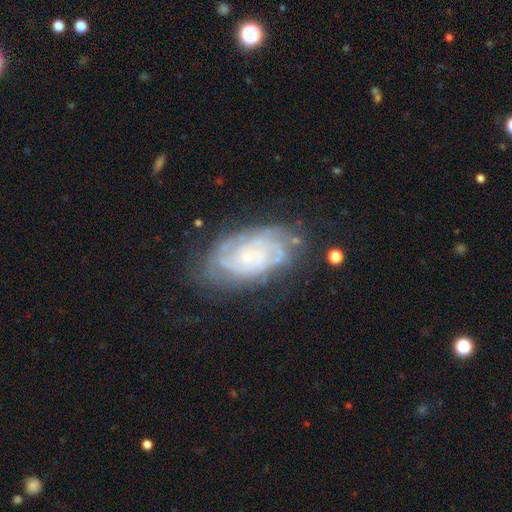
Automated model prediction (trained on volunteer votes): Smooth or featured? Predicted: featured or disk (p=0.82). Edge-on disk? Predicted: no (p=0.96). Bar? Predicted: no (p=0.77). Spiral arms? Predicted: yes (p=0.94). Spiral winding? Predicted: tight (p=0.75). Spiral arm count? Predicted: can't tell (p=0.41). Bulge size? Predicted: small (p=0.79). Merging? Predicted: none (p=0.69).